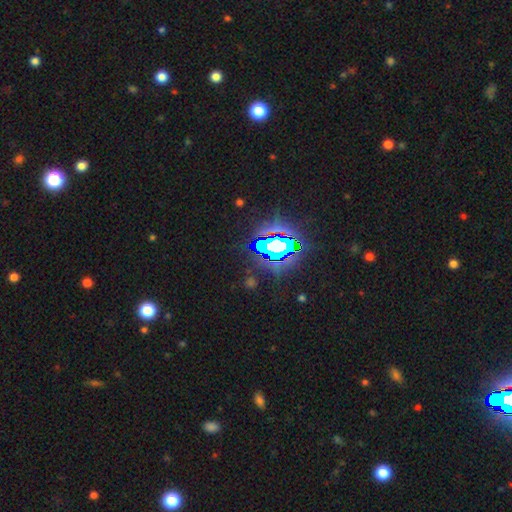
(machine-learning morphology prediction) smooth-or-featured: star or artifact: 81% | smooth: 11% | featured or disk: 8%